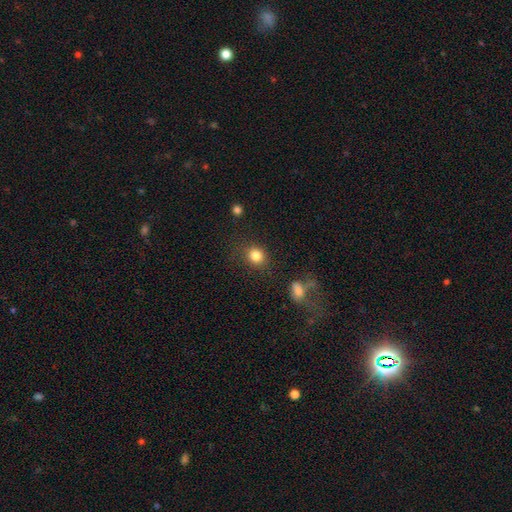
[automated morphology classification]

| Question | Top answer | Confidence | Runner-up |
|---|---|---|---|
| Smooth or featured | smooth | 83% | star or artifact (11%) |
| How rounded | round | 79% | in between (20%) |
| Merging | none | 84% | minor disturbance (10%) |